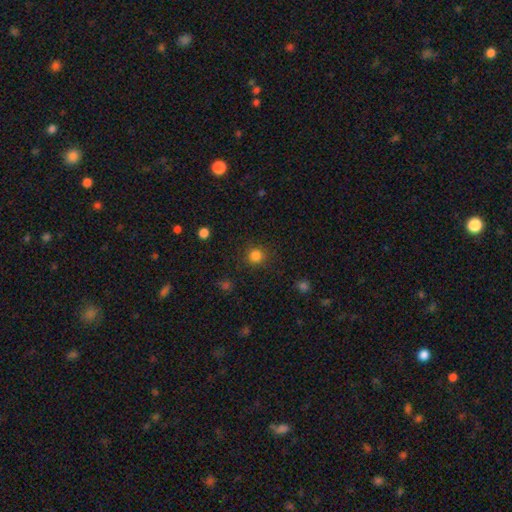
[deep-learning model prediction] Q: Smooth or featured?
A: smooth (83%); runner-up: star or artifact (13%)
Q: How rounded?
A: round (93%); runner-up: in between (6%)
Q: Merging?
A: none (88%); runner-up: minor disturbance (8%)